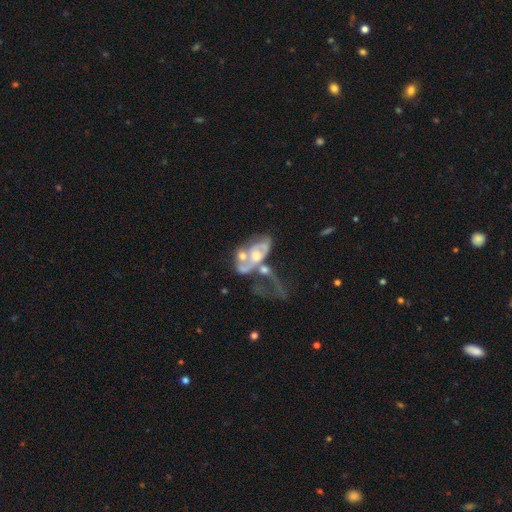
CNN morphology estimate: The model was most divided on "spiral arms": yes: 52%, no: 48%. More confident: edge-on disk — no (94%); bar — no (76%); smooth or featured — featured or disk (72%); bulge size — moderate (59%); merging — merger (51%).